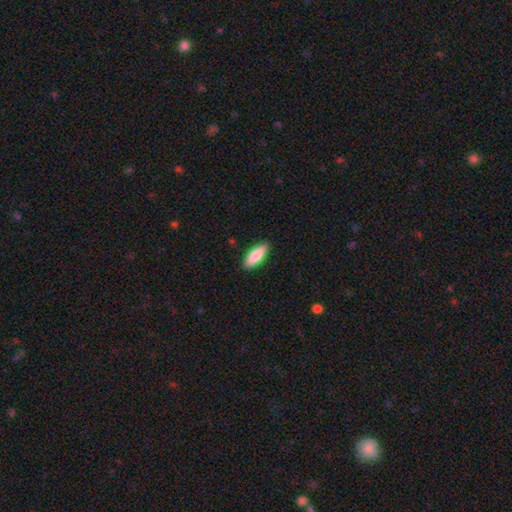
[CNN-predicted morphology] Overall: smooth (83%). How rounded: in between (68%; cigar-shaped 30%). Merging: none (89%).